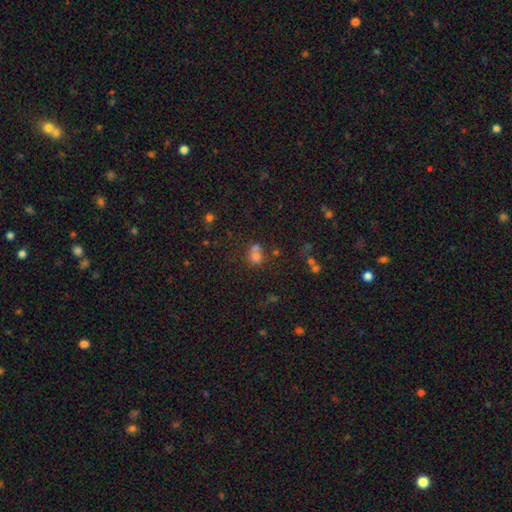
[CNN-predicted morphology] The model was most divided on "merging": merger: 47%, none: 41%, minor disturbance: 8%, major disturbance: 4%. More confident: how rounded — round (80%); smooth or featured — smooth (66%).